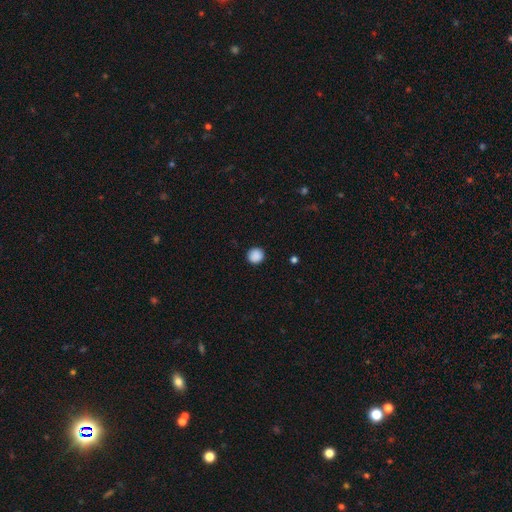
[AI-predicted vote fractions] This appears to be a smooth galaxy with no disk features (89%) that is round (93%). Merging: none (91%).